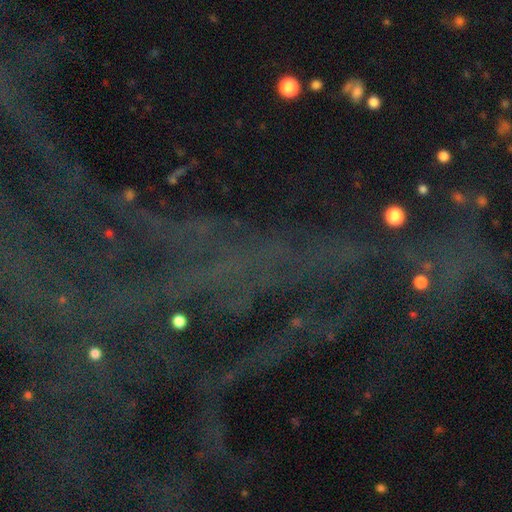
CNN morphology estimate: A star or artifact, not a galaxy (80%).